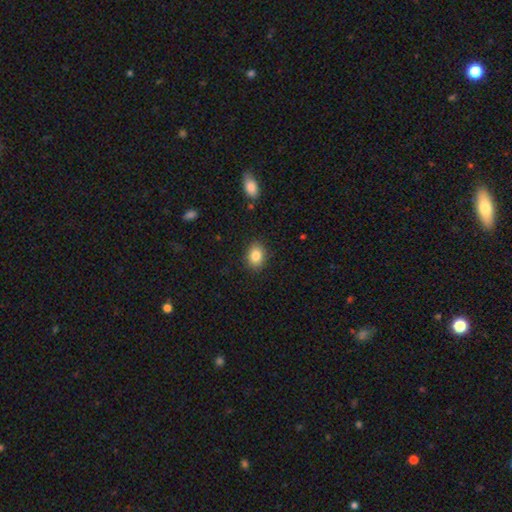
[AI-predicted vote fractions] Smooth or featured? smooth (84%)
How rounded? in between (63%)
Merging? none (88%)